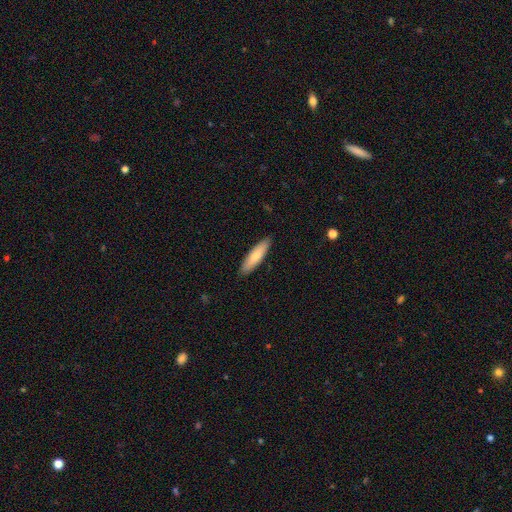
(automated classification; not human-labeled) Smooth or featured? smooth (78%)
How rounded? cigar-shaped (70%)
Merging? none (89%)